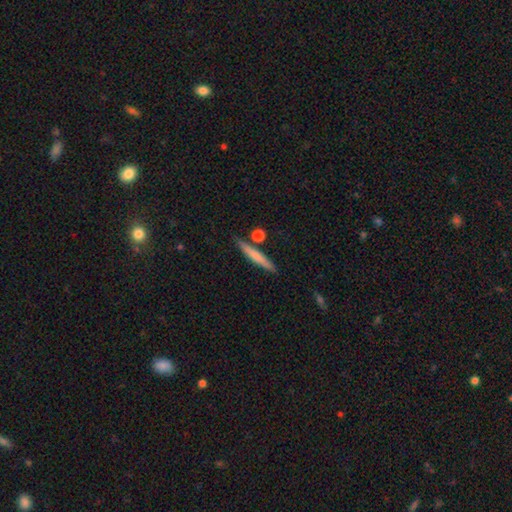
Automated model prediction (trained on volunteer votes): Smooth or featured?
  - smooth: 67% *
  - featured or disk: 27%
  - star or artifact: 6%
How rounded?
  - cigar-shaped: 93% *
  - in between: 4%
  - round: 2%
Merging?
  - none: 82% *
  - minor disturbance: 9%
  - merger: 6%
  - major disturbance: 2%